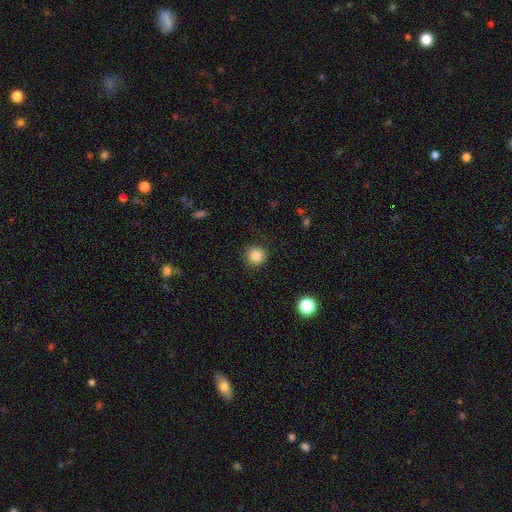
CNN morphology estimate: smooth_or_featured: smooth (p=0.85) [alt: star or artifact p=0.11]
how_rounded: round (p=0.93) [alt: in between p=0.06]
merging: none (p=0.88) [alt: minor disturbance p=0.08]